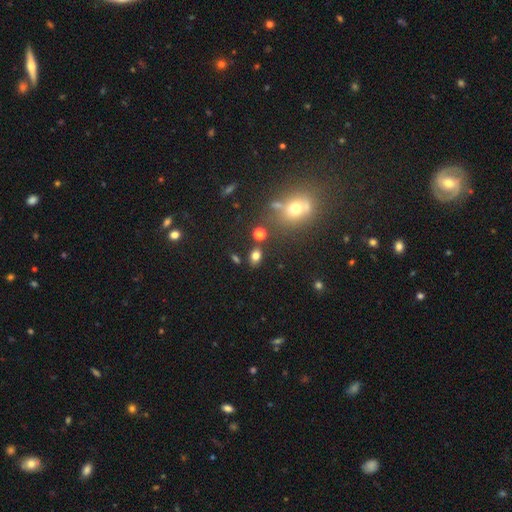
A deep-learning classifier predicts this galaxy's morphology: A smooth galaxy with no disk features (76%) that is in between round and cigar-shaped (73%).

Vote fractions:
- Smooth or featured? smooth: 76% / star or artifact: 16% / featured or disk: 9%
- How rounded? in between: 73% / round: 25% / cigar-shaped: 2%
- Merging? none: 78% / minor disturbance: 11% / merger: 7% / major disturbance: 4%